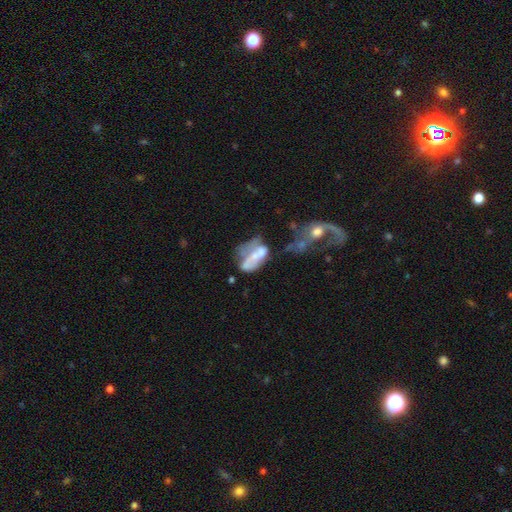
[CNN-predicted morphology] smooth_or_featured: featured or disk (p=0.51) [alt: smooth p=0.38]
disk_edge_on: no (p=0.95) [alt: yes p=0.05]
merging: merger (p=0.44) [alt: major disturbance p=0.29]